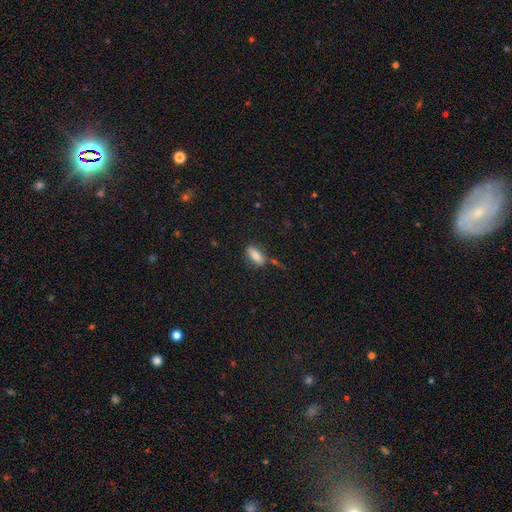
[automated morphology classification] This appears to be a smooth galaxy with no disk features (77%) that is in between round and cigar-shaped (78%). Merging: none (71%).